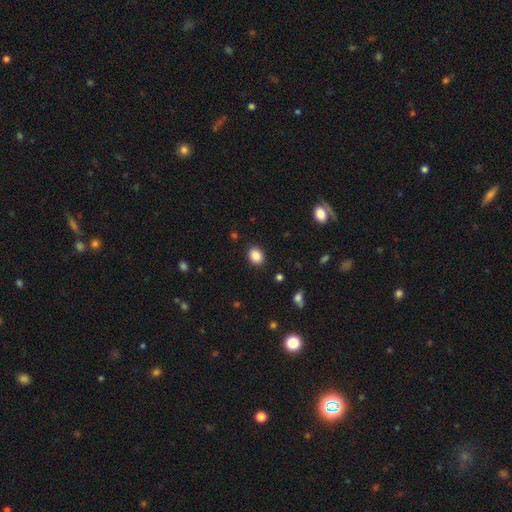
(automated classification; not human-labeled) A smooth galaxy with no disk features (87%) that is in between round and cigar-shaped (57%). Merging: none (88%).